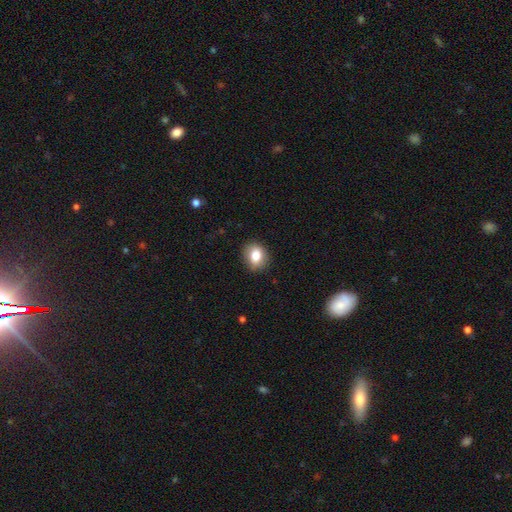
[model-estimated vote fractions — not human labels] smooth_or_featured: smooth (p=0.81) [alt: featured or disk p=0.10]
how_rounded: round (p=0.58) [alt: in between p=0.41]
merging: none (p=0.86) [alt: minor disturbance p=0.11]